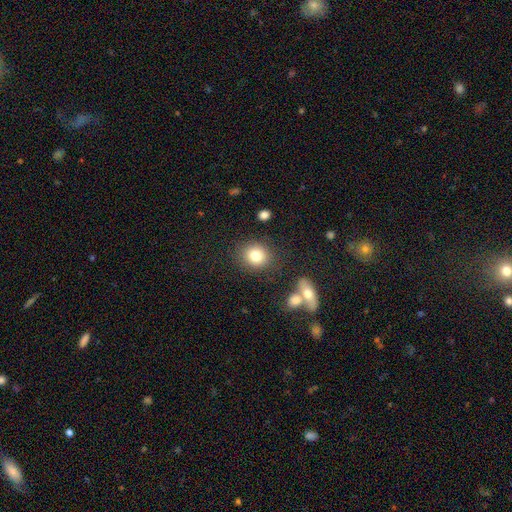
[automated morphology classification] Smooth or featured: smooth — 80% (star or artifact — 11%)
How rounded: round — 81% (in between — 18%)
Merging: none — 83% (minor disturbance — 9%)